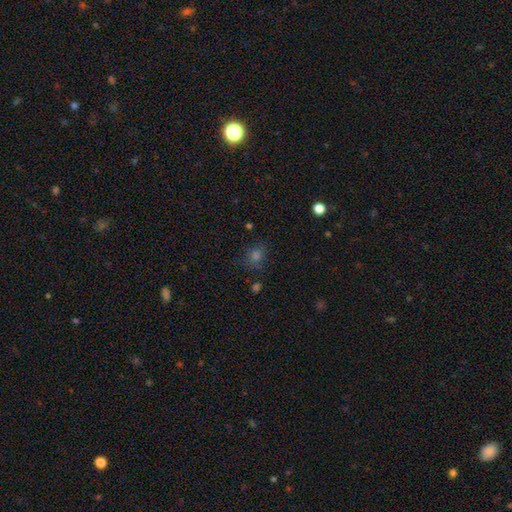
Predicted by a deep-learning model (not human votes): Q: Smooth or featured?
A: smooth (63%); runner-up: star or artifact (29%)
Q: How rounded?
A: round (63%); runner-up: in between (35%)
Q: Merging?
A: none (77%); runner-up: minor disturbance (14%)